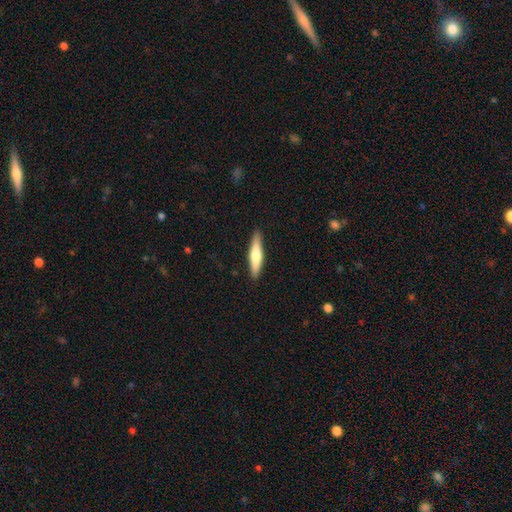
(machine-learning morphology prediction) A smooth galaxy with no disk features (59%) that is cigar-shaped (84%).

Vote fractions:
- Smooth or featured? smooth: 59% / featured or disk: 36% / star or artifact: 5%
- How rounded? cigar-shaped: 84% / in between: 15% / round: 1%
- Merging? none: 90% / minor disturbance: 7% / major disturbance: 2% / merger: 1%